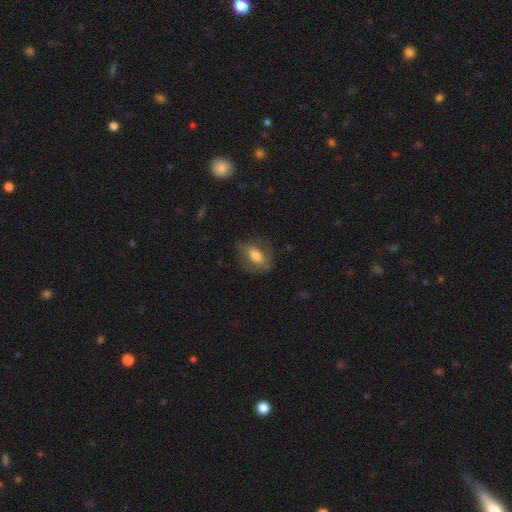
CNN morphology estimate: A smooth galaxy with no disk features (64%) that is in between round and cigar-shaped (79%).

Vote fractions:
- Smooth or featured? smooth: 64% / featured or disk: 28% / star or artifact: 8%
- How rounded? in between: 79% / round: 17% / cigar-shaped: 4%
- Merging? none: 70% / minor disturbance: 19% / major disturbance: 10% / merger: 1%